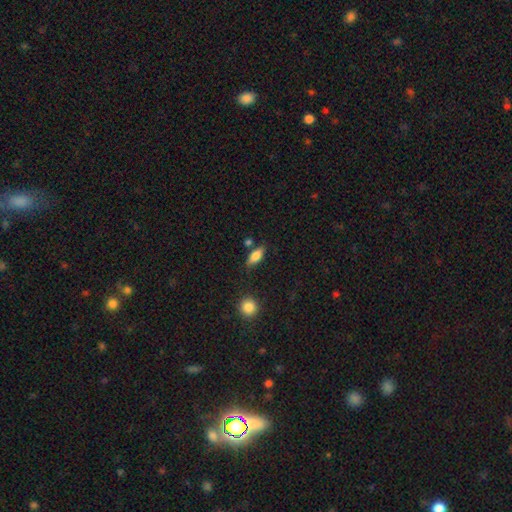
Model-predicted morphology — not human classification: smooth 75%, featured or disk 18%, star or artifact 7%. Down the decision tree: how rounded — in between (75%); merging — none (75%).